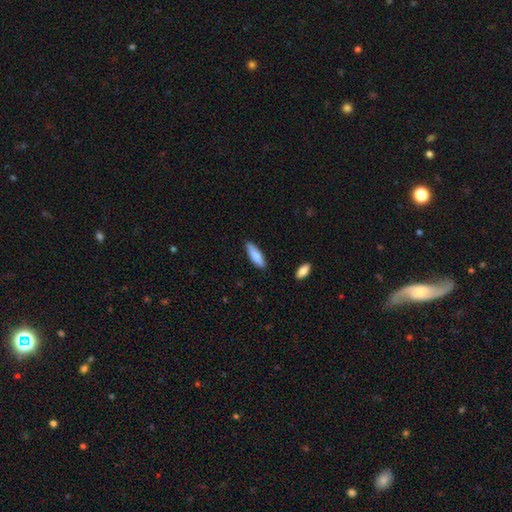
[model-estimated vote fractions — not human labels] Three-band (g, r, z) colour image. It shows a smooth galaxy with no disk features (84%) that is cigar-shaped (55%). Merging: none (82%).